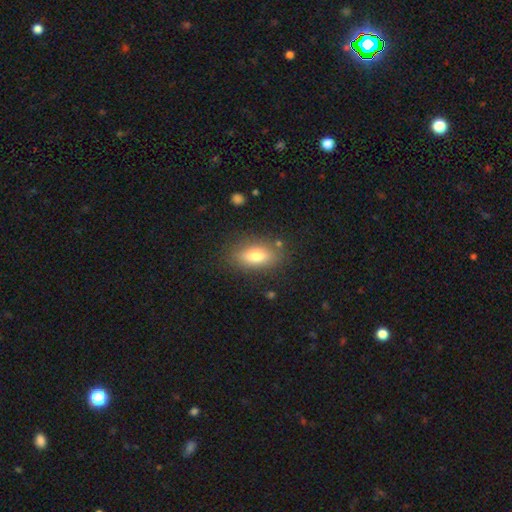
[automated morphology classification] smooth_or_featured: smooth (p=0.76) [alt: featured or disk p=0.16]
how_rounded: in between (p=0.83) [alt: cigar-shaped p=0.11]
merging: none (p=0.82) [alt: minor disturbance p=0.12]